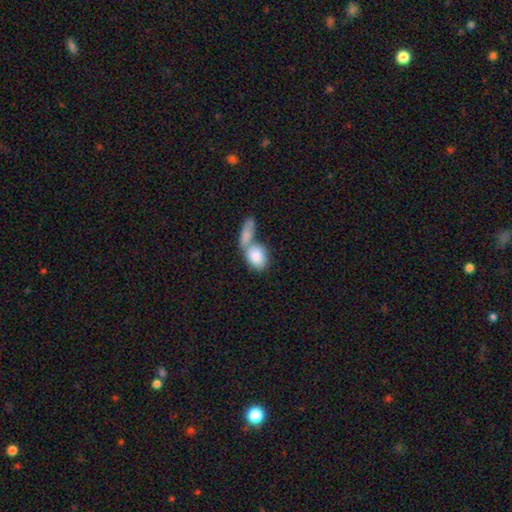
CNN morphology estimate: Smooth or featured: smooth — 82% (featured or disk — 12%)
How rounded: in between — 79% (round — 18%)
Merging: merger — 63% (none — 23%)